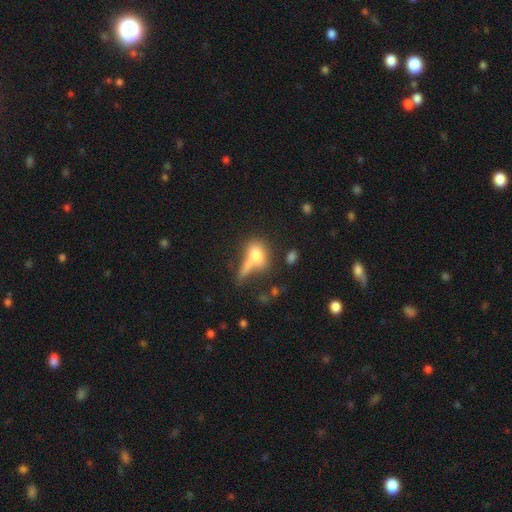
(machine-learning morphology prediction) smooth-or-featured: smooth: 70% | featured or disk: 19% | star or artifact: 11%
  how-rounded: in between: 67% | round: 22% | cigar-shaped: 11%
  merging: merger: 37% | none: 30% | major disturbance: 19% | minor disturbance: 14%